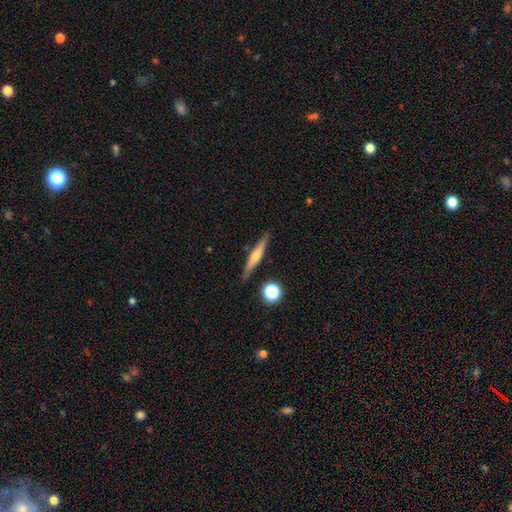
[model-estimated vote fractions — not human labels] This appears to be a featured or disk galaxy (53%) viewed edge-on (96%) with a rounded central bulge (78%). Merging: none (87%).